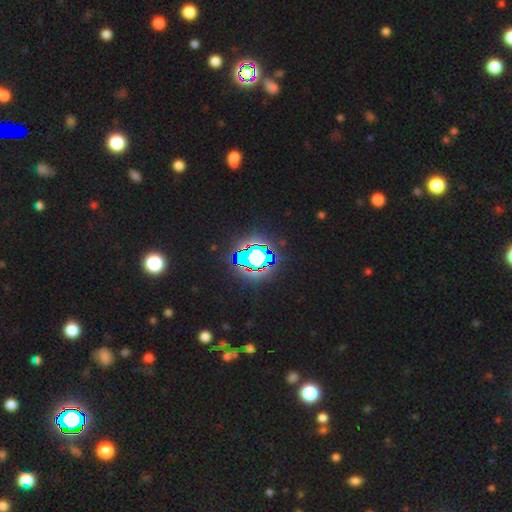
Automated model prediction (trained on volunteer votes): Smooth or featured? star or artifact (74%)